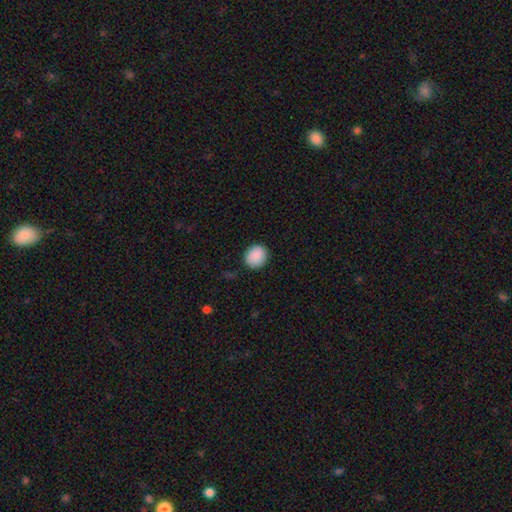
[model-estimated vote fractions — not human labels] Q: Smooth or featured?
A: smooth (90%); runner-up: star or artifact (7%)
Q: How rounded?
A: round (80%); runner-up: in between (19%)
Q: Merging?
A: none (88%); runner-up: minor disturbance (9%)